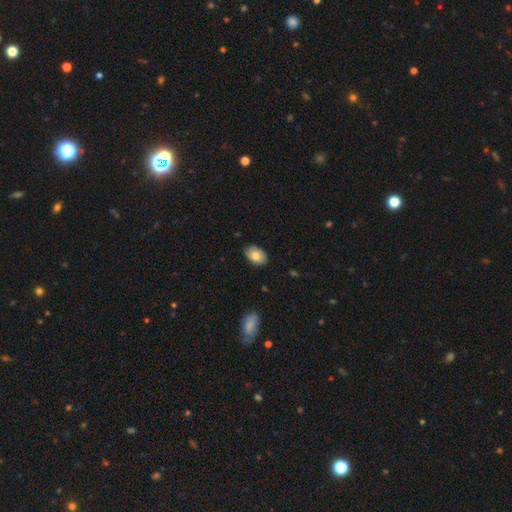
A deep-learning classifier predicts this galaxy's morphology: A smooth galaxy with no disk features (82%) that is in between round and cigar-shaped (88%). Merging: none (83%).